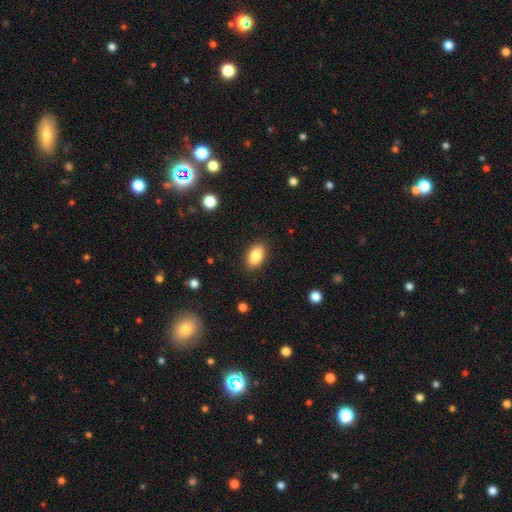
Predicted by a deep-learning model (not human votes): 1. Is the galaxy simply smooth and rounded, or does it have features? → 86% smooth, 7% star or artifact, 7% featured or disk.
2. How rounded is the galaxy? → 92% in between, 6% round, 2% cigar-shaped.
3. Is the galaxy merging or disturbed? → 88% none, 9% minor disturbance, 2% major disturbance, 1% merger.